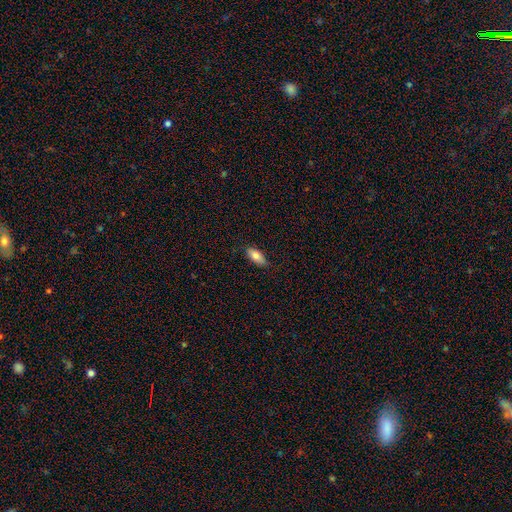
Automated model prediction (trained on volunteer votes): smooth 81%, featured or disk 13%, star or artifact 7%. Down the decision tree: how rounded — in between (83%); merging — none (83%).